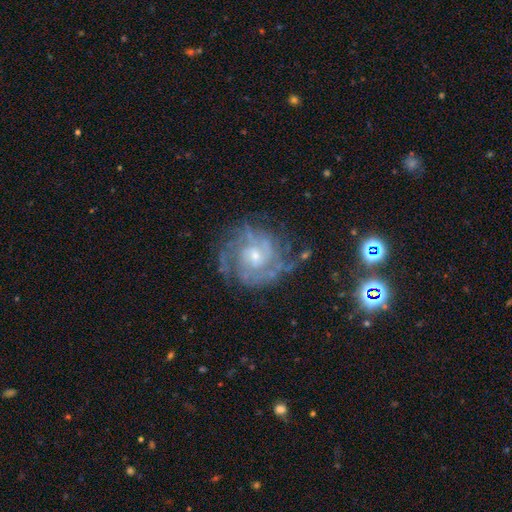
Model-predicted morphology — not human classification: smooth-or-featured: featured or disk: 85% | smooth: 8% | star or artifact: 7%
  disk-edge-on: no: 98% | yes: 2%
    bar: no: 62% | weak: 32% | strong: 6%
    has-spiral-arms: yes: 93% | no: 7%
      spiral-winding: tight: 58% | medium: 34% | loose: 8%
      spiral-arm-count: can't tell: 33% | 2: 27% | 3: 18% | 4: 10% | more than 4: 6% | 1: 6%
    bulge-size: small: 61% | moderate: 34% | none: 2% | large: 2% | dominant: 1%
  merging: none: 68% | minor disturbance: 18% | major disturbance: 11% | merger: 2%